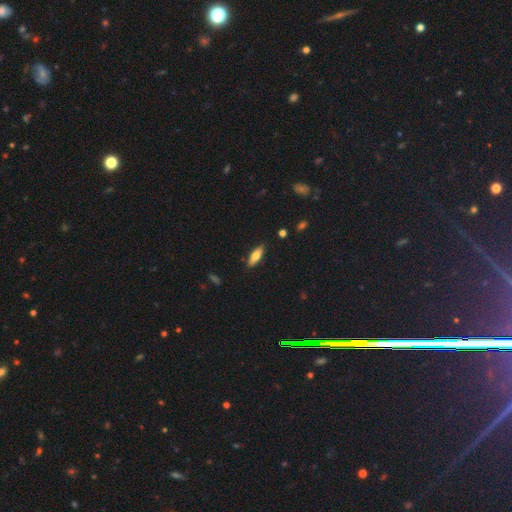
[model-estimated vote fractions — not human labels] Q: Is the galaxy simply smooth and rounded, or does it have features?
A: smooth — 68%.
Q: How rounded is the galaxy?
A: in between — 59%.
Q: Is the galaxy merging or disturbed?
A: none — 87%.